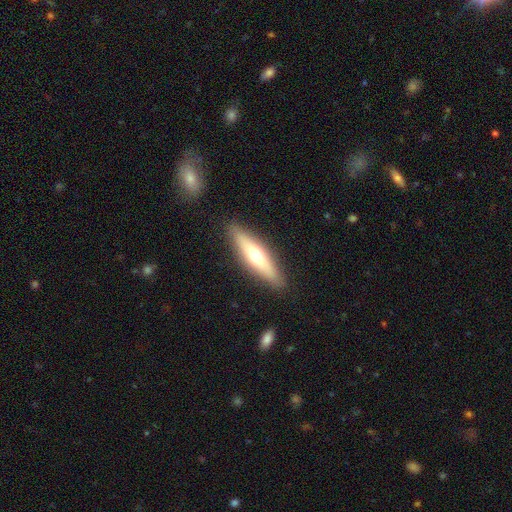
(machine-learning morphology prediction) Smooth or featured? smooth (48%)
Merging? none (88%)